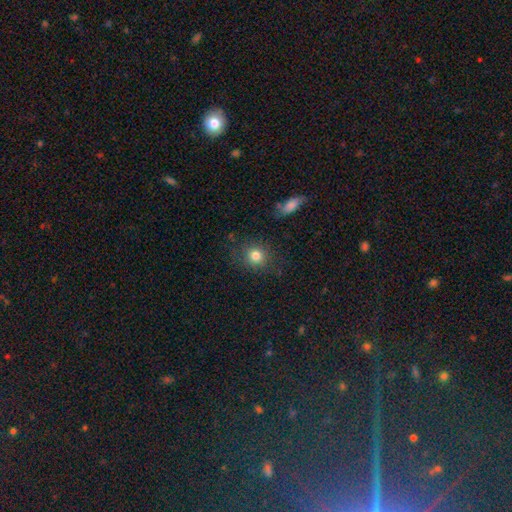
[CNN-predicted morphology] smooth-or-featured: smooth: 81% | star or artifact: 12% | featured or disk: 7%
  how-rounded: round: 83% | in between: 16% | cigar-shaped: 1%
  merging: none: 82% | minor disturbance: 12% | major disturbance: 4% | merger: 2%